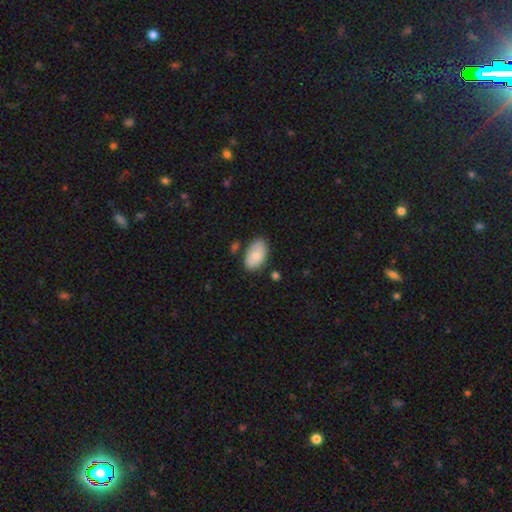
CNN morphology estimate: This is clearly a smooth galaxy (81%). How rounded: clearly in between (94%). Merging: likely none (73%).